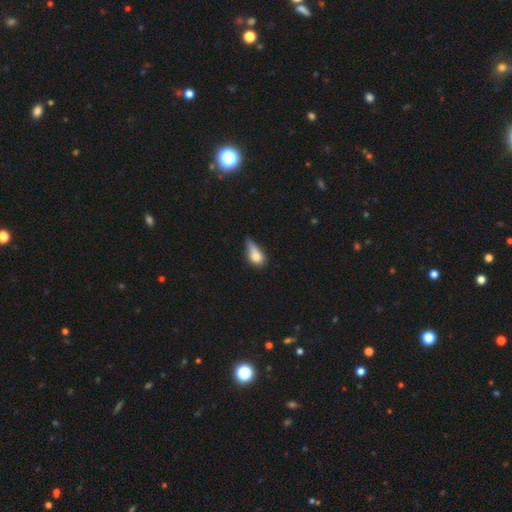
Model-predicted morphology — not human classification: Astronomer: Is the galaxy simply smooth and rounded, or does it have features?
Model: smooth — 74%.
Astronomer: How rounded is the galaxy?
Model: in between — 74%.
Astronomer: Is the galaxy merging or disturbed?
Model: minor disturbance — 44% (runner-up: major disturbance, 25%).